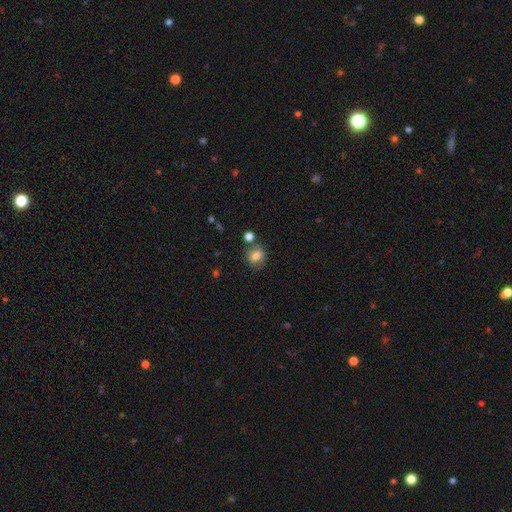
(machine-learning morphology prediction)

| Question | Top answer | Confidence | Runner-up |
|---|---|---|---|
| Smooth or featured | smooth | 71% | featured or disk (18%) |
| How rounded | round | 55% | in between (44%) |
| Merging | none | 66% | minor disturbance (17%) |